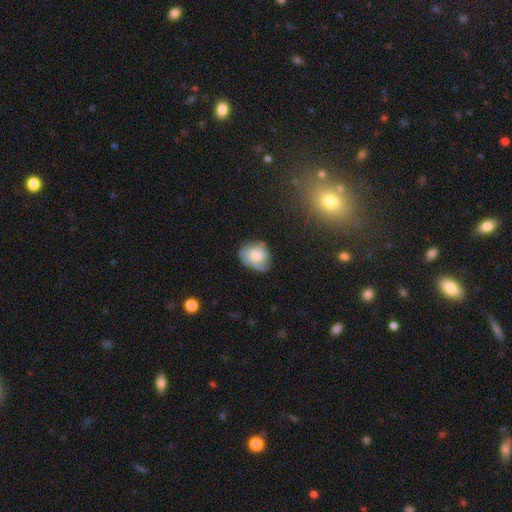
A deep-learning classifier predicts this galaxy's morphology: A smooth galaxy with no disk features (71%) that is in between round and cigar-shaped (57%). Merging: none (62%).